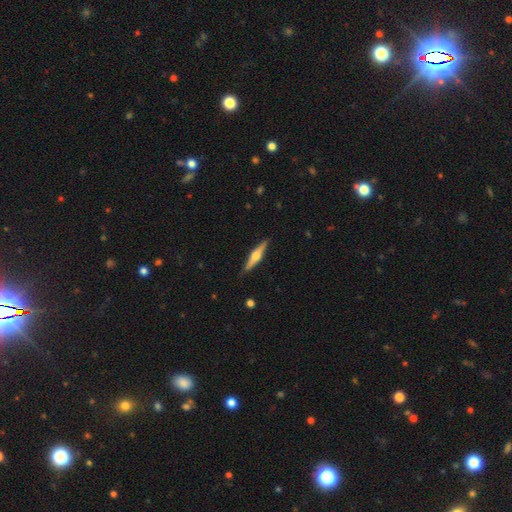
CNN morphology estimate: Smooth or featured? featured or disk (71%)
Edge-on disk? yes (98%)
Edge-on bulge? rounded (94%)
Merging? none (88%)